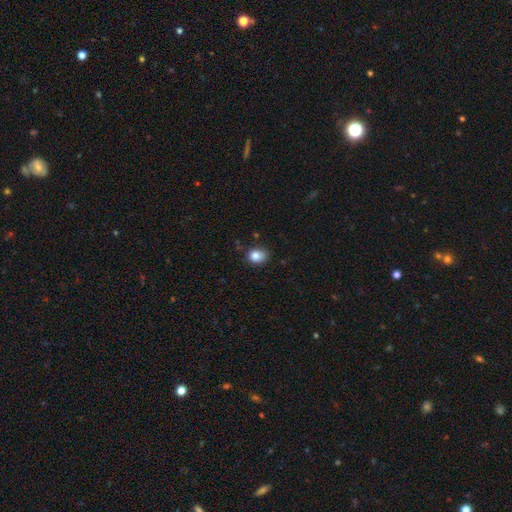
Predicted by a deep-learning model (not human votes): Smooth or featured? Predicted: smooth (p=0.86). How rounded? Predicted: in between (p=0.53). Merging? Predicted: none (p=0.74).